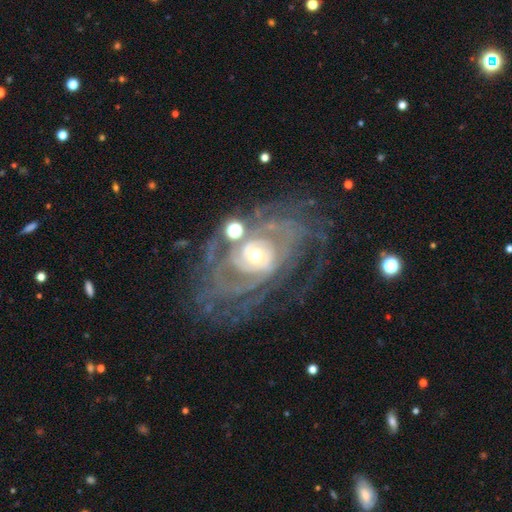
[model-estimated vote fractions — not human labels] Overall: featured or disk (88%). Edge-on disk: no (96%). Bar: no (72%). Spiral arms: yes (93%). Spiral arm count: can't tell (33%; 2 20%). Spiral winding: tight (63%; medium 27%). Bulge size: moderate (48%; small 44%). Merging: none (54%; major disturbance 22%).